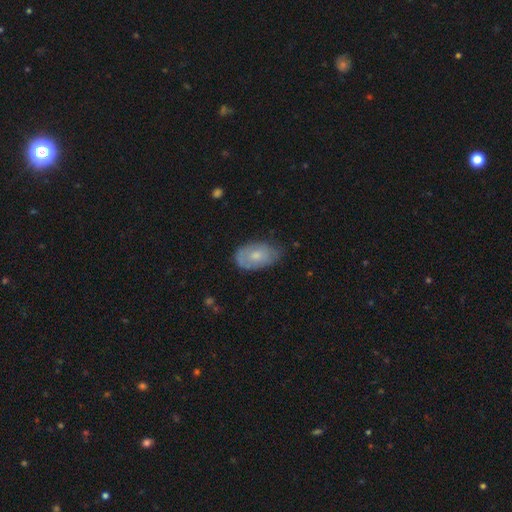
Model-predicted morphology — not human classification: smooth-or-featured: smooth: 59% | featured or disk: 35% | star or artifact: 7%
  how-rounded: in between: 90% | round: 9% | cigar-shaped: 2%
  merging: none: 59% | minor disturbance: 32% | major disturbance: 8% | merger: 2%